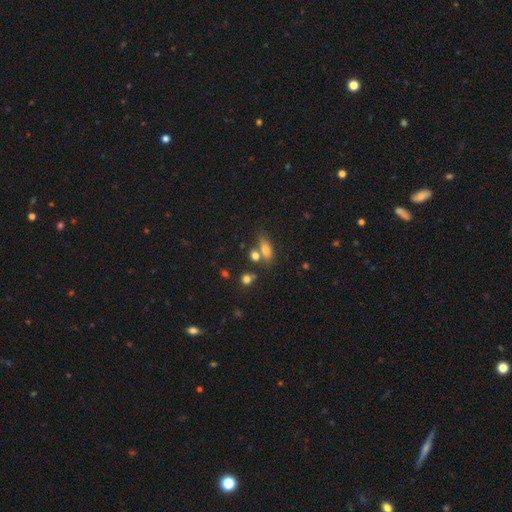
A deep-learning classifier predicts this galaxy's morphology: Overall: smooth (75%). How rounded: in between (65%). Merging: none (56%; merger 25%).